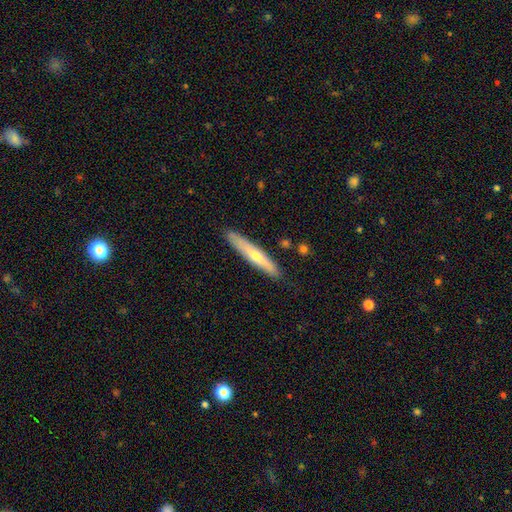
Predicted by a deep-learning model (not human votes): This appears to be a smooth galaxy with no disk features (54%) that is cigar-shaped (92%). Merging: none (87%).